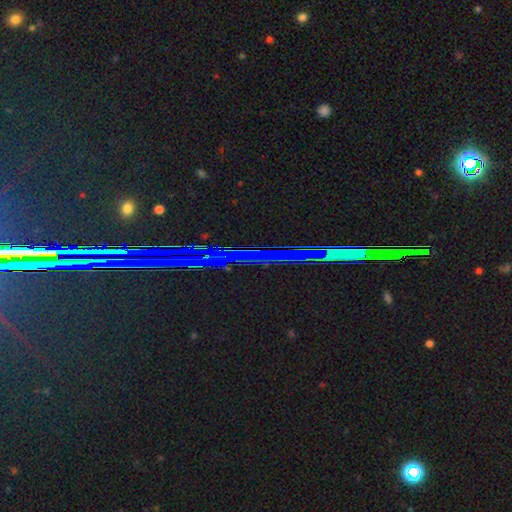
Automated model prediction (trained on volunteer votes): Smooth or featured? Predicted: star or artifact (p=0.81).